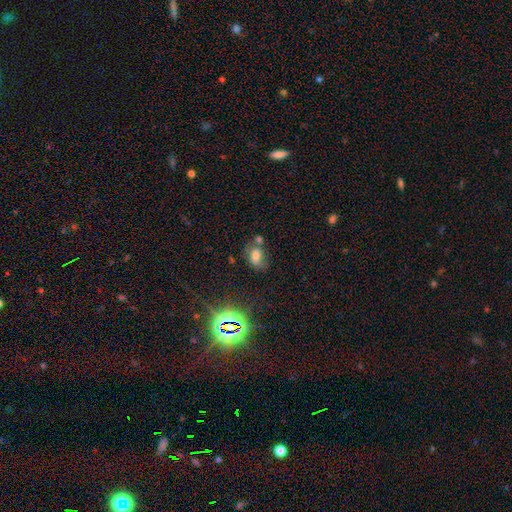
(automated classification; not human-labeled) Smooth or featured: smooth — 62% (star or artifact — 20%)
How rounded: in between — 74% (round — 25%)
Merging: none — 48% (merger — 24%)